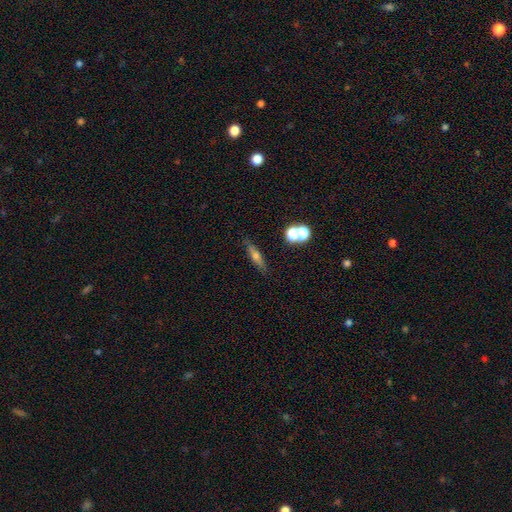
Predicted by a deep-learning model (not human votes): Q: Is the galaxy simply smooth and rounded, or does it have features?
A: featured or disk — 45%.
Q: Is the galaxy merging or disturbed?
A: none — 81%.